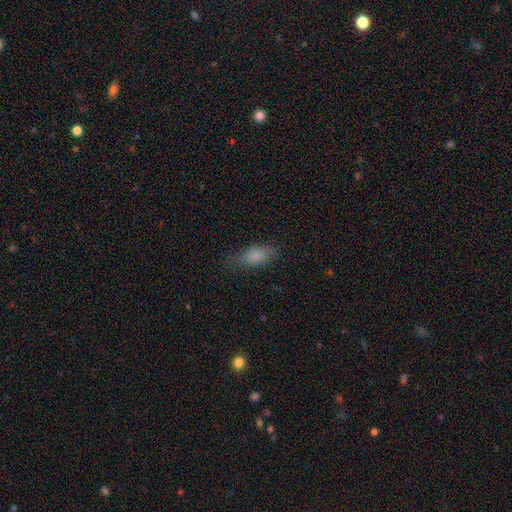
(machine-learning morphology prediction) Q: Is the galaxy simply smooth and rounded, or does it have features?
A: smooth — 80%.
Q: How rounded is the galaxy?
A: in between — 81%.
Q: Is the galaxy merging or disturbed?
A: none — 68%.